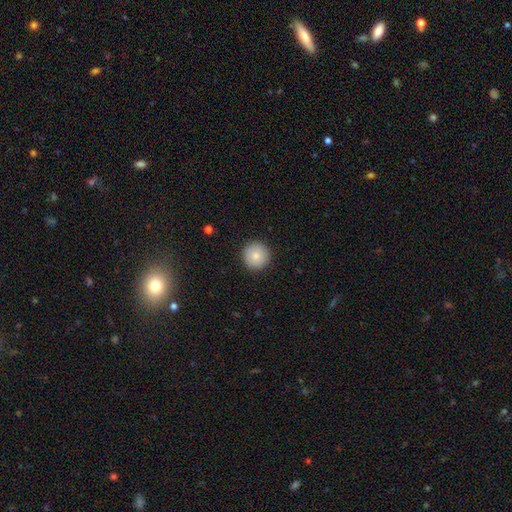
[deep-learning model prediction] Smooth or featured?
  - smooth: 84% *
  - star or artifact: 8%
  - featured or disk: 8%
How rounded?
  - round: 96% *
  - in between: 3%
  - cigar-shaped: 1%
Merging?
  - none: 92% *
  - minor disturbance: 5%
  - major disturbance: 2%
  - merger: 1%